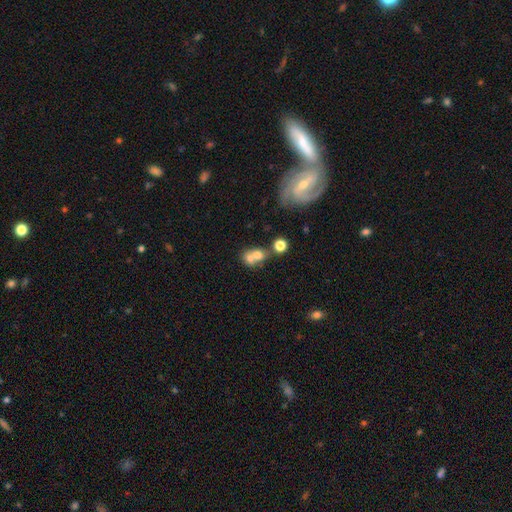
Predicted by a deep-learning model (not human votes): smooth_or_featured: smooth (p=0.68) [alt: featured or disk p=0.21]
how_rounded: round (p=0.64) [alt: in between p=0.35]
merging: merger (p=0.63) [alt: none p=0.26]